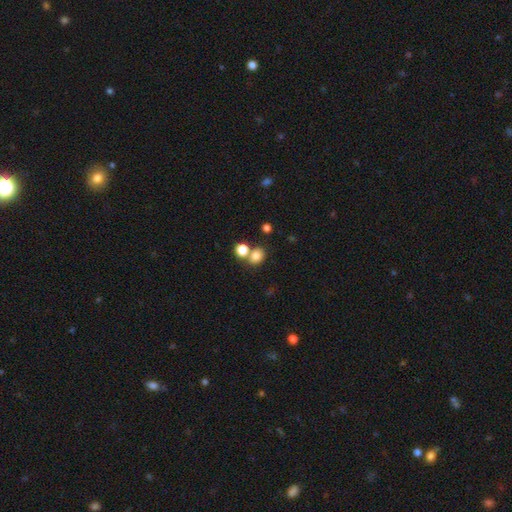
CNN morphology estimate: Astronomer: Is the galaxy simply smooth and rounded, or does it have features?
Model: smooth — 79%.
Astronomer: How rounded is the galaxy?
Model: round — 59% (runner-up: in between, 40%).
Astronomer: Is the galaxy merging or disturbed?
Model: none — 54% (runner-up: merger, 33%).